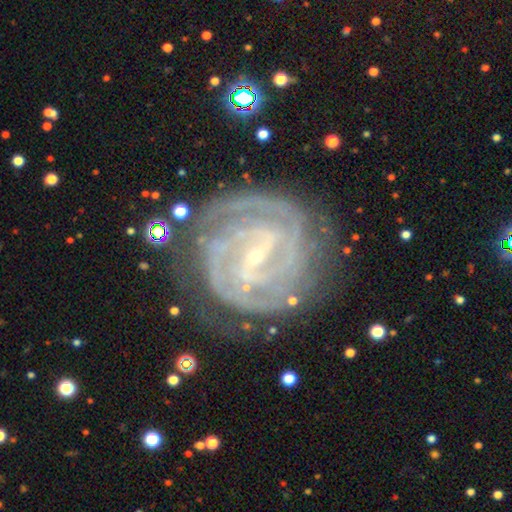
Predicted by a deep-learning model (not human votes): Q: Smooth or featured?
A: featured or disk (90%); runner-up: star or artifact (5%)
Q: Edge-on disk?
A: no (97%); runner-up: yes (3%)
Q: Bar?
A: strong (46%); runner-up: weak (38%)
Q: Spiral arms?
A: yes (98%); runner-up: no (2%)
Q: Spiral winding?
A: tight (75%); runner-up: medium (22%)
Q: Spiral arm count?
A: 2 (32%); runner-up: 3 (21%)
Q: Bulge size?
A: small (85%); runner-up: moderate (10%)
Q: Merging?
A: none (76%); runner-up: minor disturbance (15%)